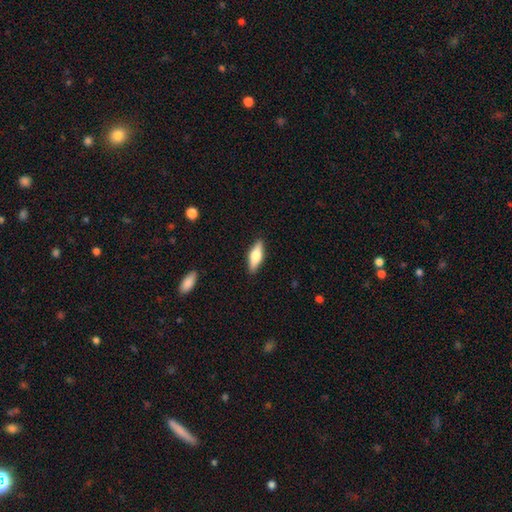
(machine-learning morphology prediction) Q: Smooth or featured?
A: smooth (53%); runner-up: featured or disk (41%)
Q: How rounded?
A: in between (55%); runner-up: cigar-shaped (43%)
Q: Merging?
A: none (89%); runner-up: minor disturbance (8%)